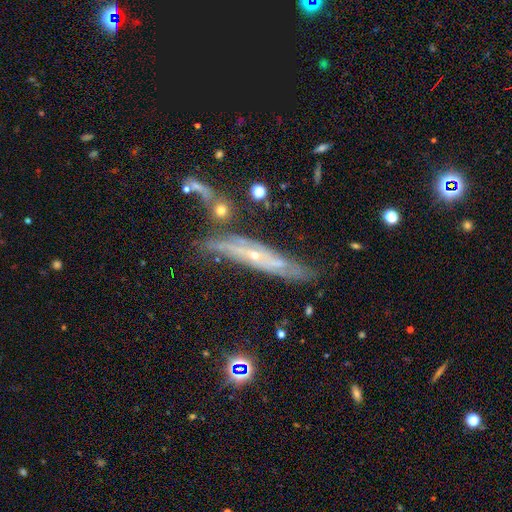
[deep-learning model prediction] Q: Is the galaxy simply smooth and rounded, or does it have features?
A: featured or disk — 75%.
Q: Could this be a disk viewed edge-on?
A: yes — 61%.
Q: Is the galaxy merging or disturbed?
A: none — 70%.